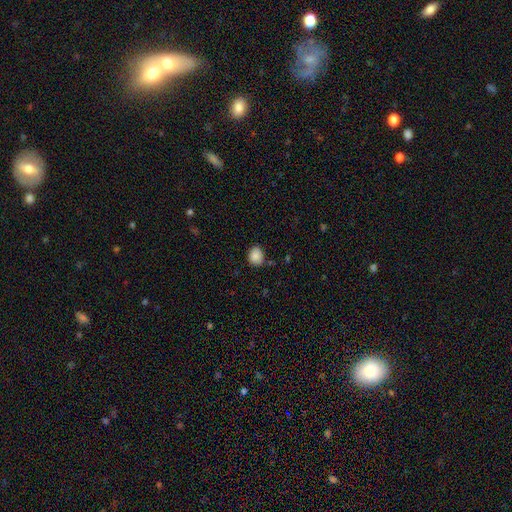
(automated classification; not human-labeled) Q: Smooth or featured?
A: smooth (87%); runner-up: star or artifact (9%)
Q: How rounded?
A: round (55%); runner-up: in between (44%)
Q: Merging?
A: none (77%); runner-up: minor disturbance (17%)